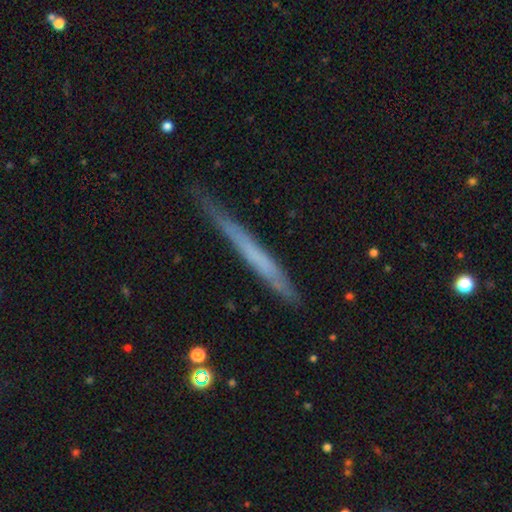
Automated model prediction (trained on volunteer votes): Q: Smooth or featured?
A: featured or disk (48%); runner-up: smooth (45%)
Q: Merging?
A: none (80%); runner-up: minor disturbance (16%)